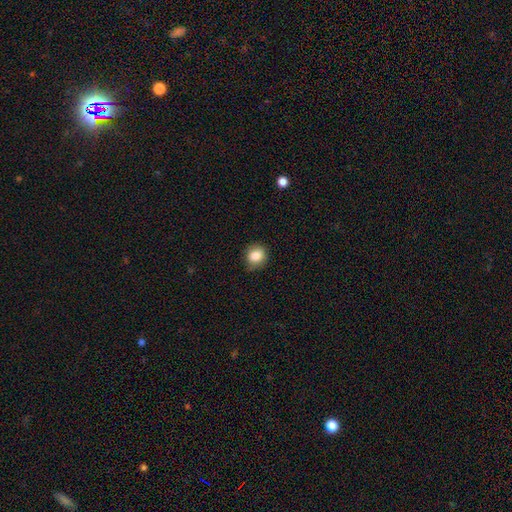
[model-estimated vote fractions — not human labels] A smooth galaxy with no disk features (85%) that is round (81%).

Vote fractions:
- Smooth or featured? smooth: 85% / star or artifact: 9% / featured or disk: 5%
- How rounded? round: 81% / in between: 18% / cigar-shaped: 1%
- Merging? none: 82% / minor disturbance: 14% / major disturbance: 3% / merger: 1%